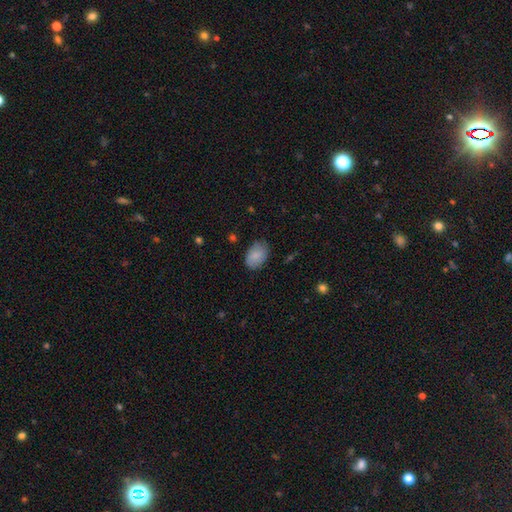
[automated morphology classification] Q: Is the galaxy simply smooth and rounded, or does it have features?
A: smooth — 84%.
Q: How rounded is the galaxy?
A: in between — 84%.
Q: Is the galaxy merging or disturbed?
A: none — 79%.